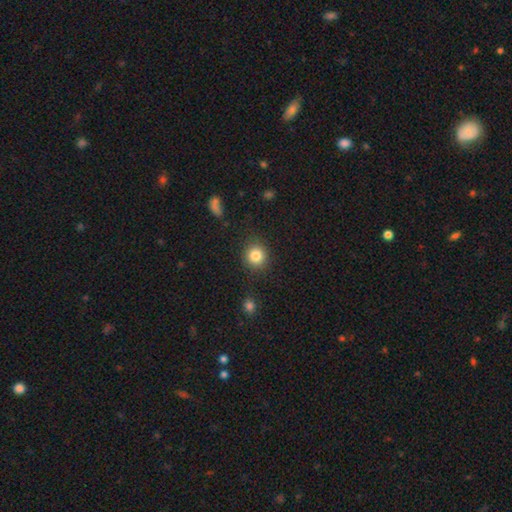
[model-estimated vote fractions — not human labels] smooth-or-featured: smooth: 85% | star or artifact: 10% | featured or disk: 5%
  how-rounded: round: 88% | in between: 11% | cigar-shaped: 1%
  merging: none: 86% | minor disturbance: 8% | major disturbance: 3% | merger: 2%